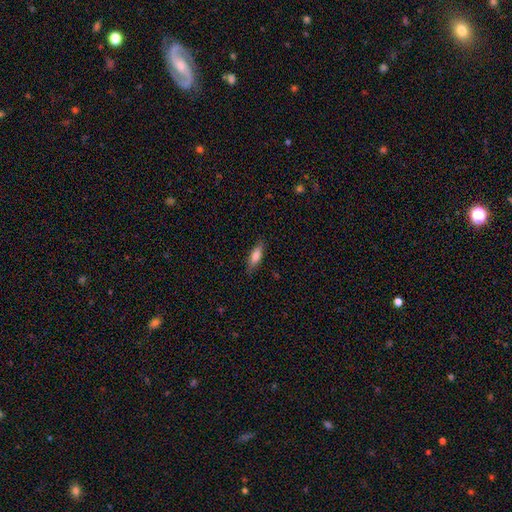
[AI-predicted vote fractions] This appears to be a smooth galaxy with no disk features (78%) that is in between round and cigar-shaped (53%). Merging: none (83%).